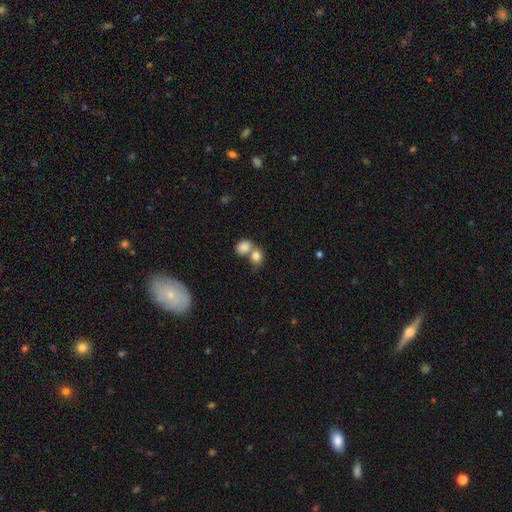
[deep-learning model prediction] Smooth or featured? smooth (82%)
How rounded? round (58%)
Merging? merger (56%)